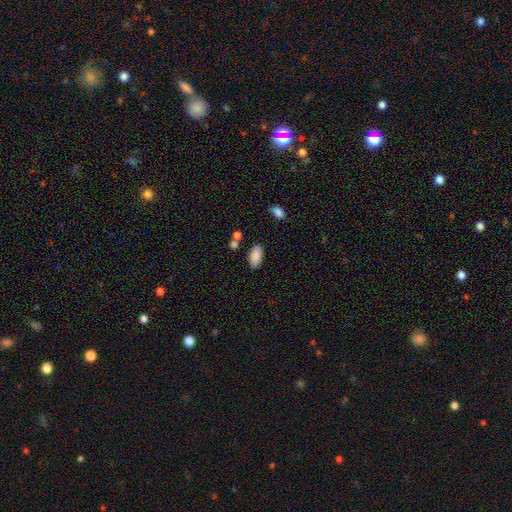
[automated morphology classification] smooth-or-featured: smooth: 87% | star or artifact: 7% | featured or disk: 6%
  how-rounded: in between: 93% | cigar-shaped: 5% | round: 3%
  merging: none: 79% | minor disturbance: 13% | merger: 5% | major disturbance: 3%